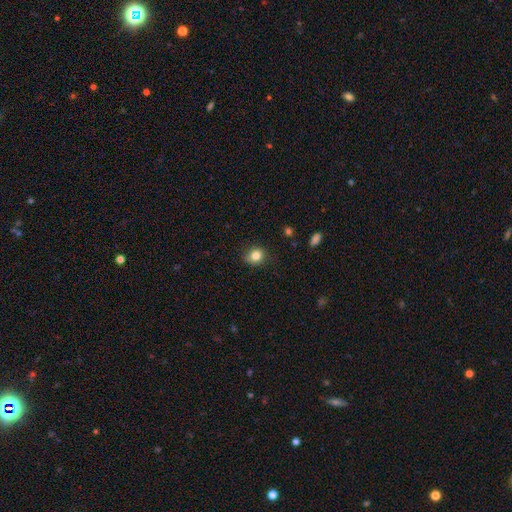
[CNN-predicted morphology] Smooth or featured: smooth — 83% (star or artifact — 11%)
How rounded: round — 72% (in between — 27%)
Merging: none — 81% (minor disturbance — 15%)